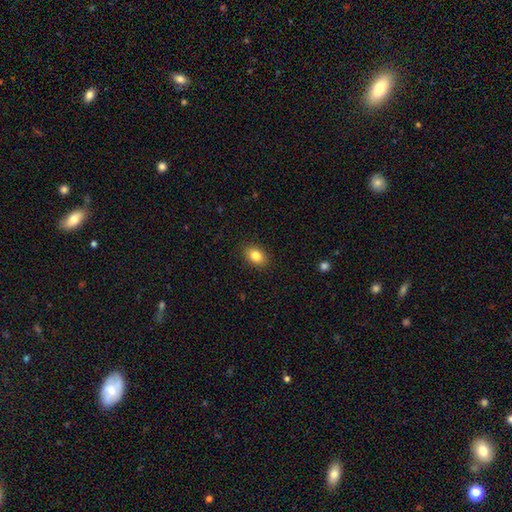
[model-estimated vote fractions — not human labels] Smooth or featured? smooth (84%)
How rounded? in between (77%)
Merging? none (89%)